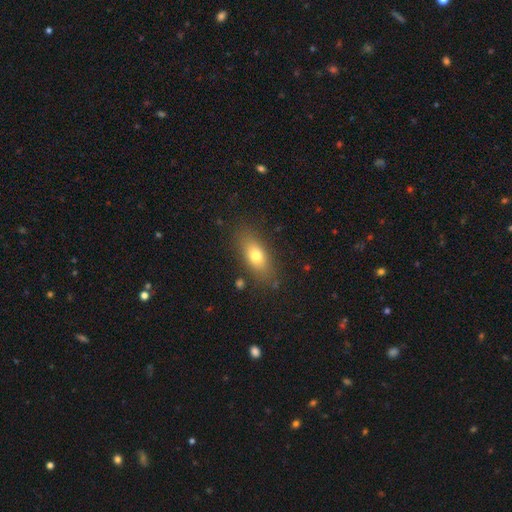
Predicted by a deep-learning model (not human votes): This is likely a smooth galaxy (72%). How rounded: likely in between (76%). Merging: clearly none (82%).